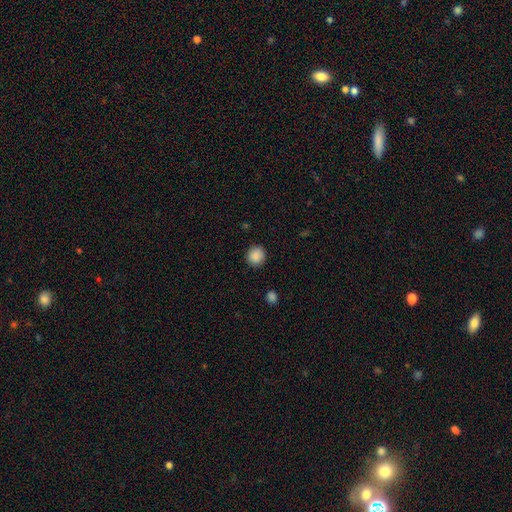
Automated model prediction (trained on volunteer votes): Smooth or featured? smooth (88%)
How rounded? round (89%)
Merging? none (89%)